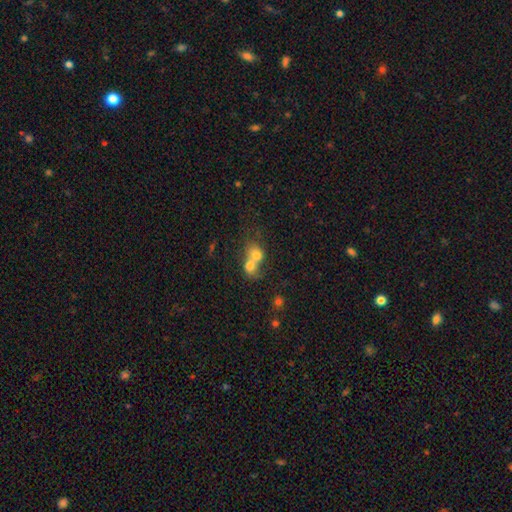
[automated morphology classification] Smooth or featured?
  - smooth: 70% *
  - featured or disk: 19%
  - star or artifact: 11%
How rounded?
  - round: 61% *
  - in between: 38%
  - cigar-shaped: 1%
Merging?
  - merger: 75% *
  - none: 17%
  - minor disturbance: 5%
  - major disturbance: 3%